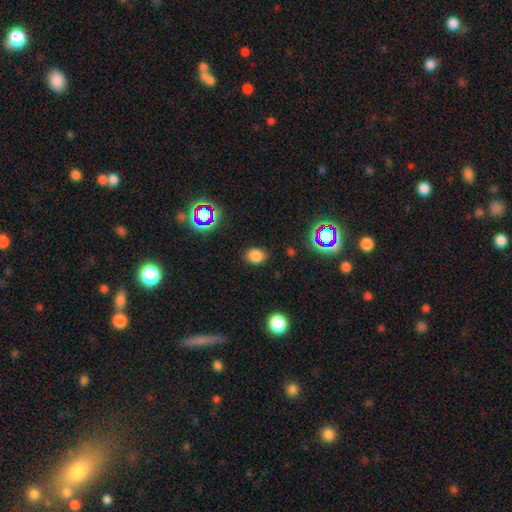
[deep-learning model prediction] A smooth galaxy with no disk features (78%) that is in between round and cigar-shaped (51%).

Vote fractions:
- Smooth or featured? smooth: 78% / star or artifact: 16% / featured or disk: 5%
- How rounded? in between: 51% / round: 48% / cigar-shaped: 1%
- Merging? none: 85% / minor disturbance: 10% / major disturbance: 3% / merger: 1%